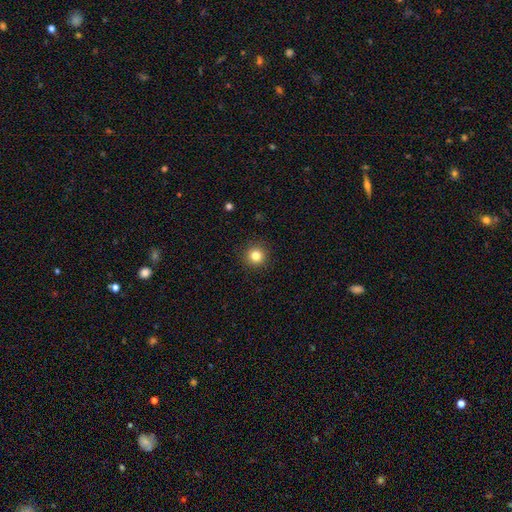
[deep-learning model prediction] Smooth or featured? smooth (82%)
How rounded? round (96%)
Merging? none (93%)